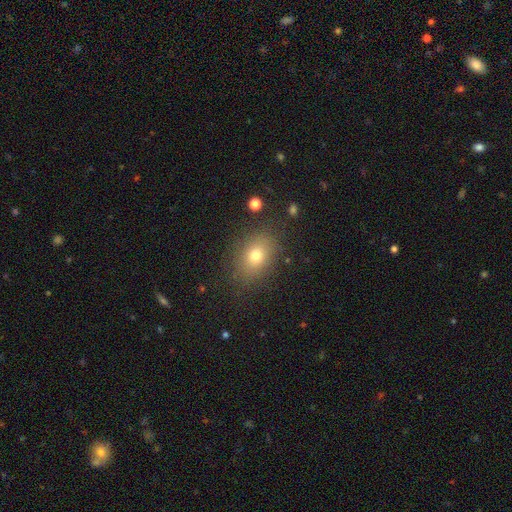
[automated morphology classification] Smooth or featured? smooth (74%)
How rounded? in between (68%)
Merging? none (83%)